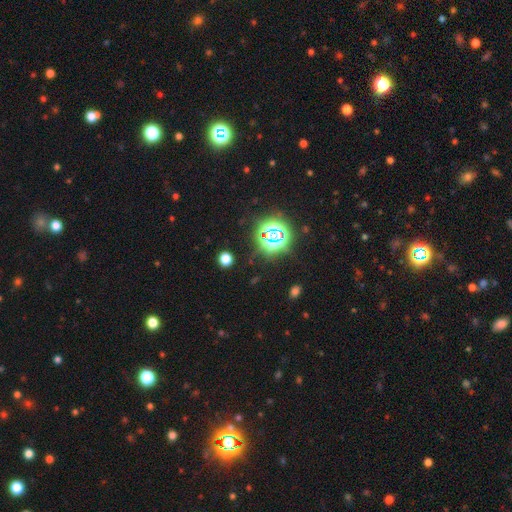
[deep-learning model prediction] Smooth or featured?
  - star or artifact: 79% *
  - smooth: 14%
  - featured or disk: 6%